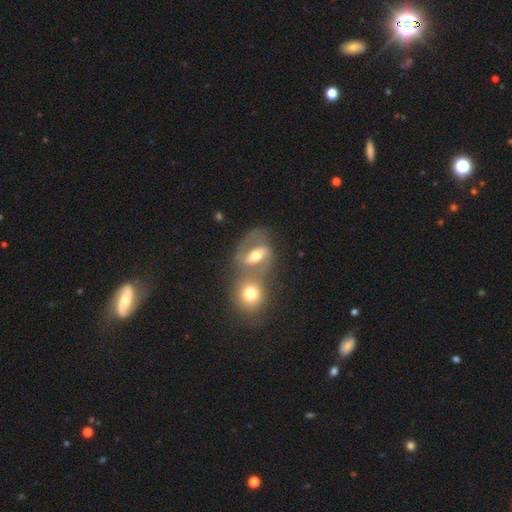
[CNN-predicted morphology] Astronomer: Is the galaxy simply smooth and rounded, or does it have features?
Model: featured or disk — 63%.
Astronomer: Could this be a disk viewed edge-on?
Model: no — 94%.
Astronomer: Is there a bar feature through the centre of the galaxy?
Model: strong — 46% (runner-up: weak, 33%).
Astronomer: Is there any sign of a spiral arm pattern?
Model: yes — 70%.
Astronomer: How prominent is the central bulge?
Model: moderate — 71%.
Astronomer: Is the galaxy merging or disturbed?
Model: merger — 45% (runner-up: none, 38%).